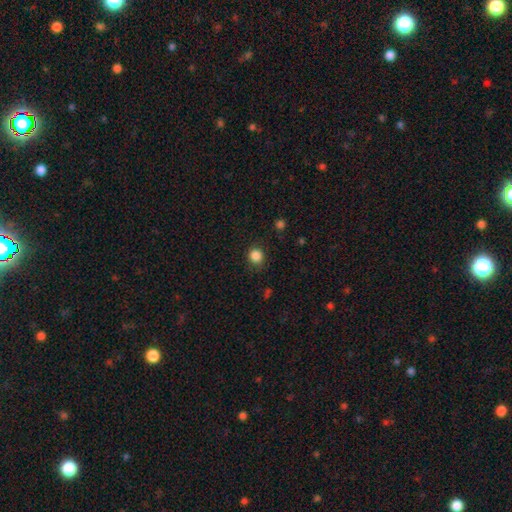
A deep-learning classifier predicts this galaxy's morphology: The model was most divided on "smooth or featured": smooth: 85%, star or artifact: 12%, featured or disk: 3%. More confident: how rounded — round (90%); merging — none (86%).